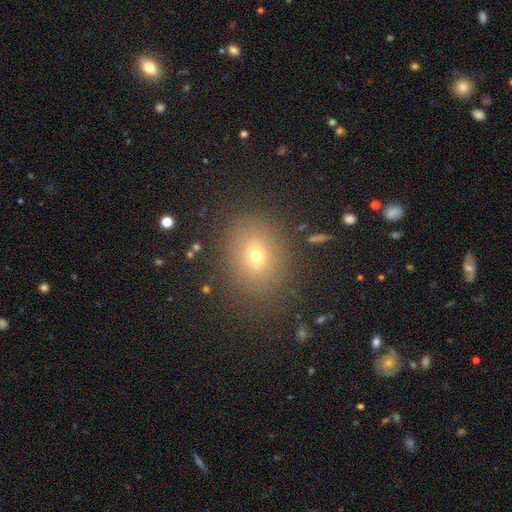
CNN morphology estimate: Q: Smooth or featured?
A: smooth (65%); runner-up: star or artifact (22%)
Q: How rounded?
A: round (51%); runner-up: in between (48%)
Q: Merging?
A: none (85%); runner-up: minor disturbance (9%)